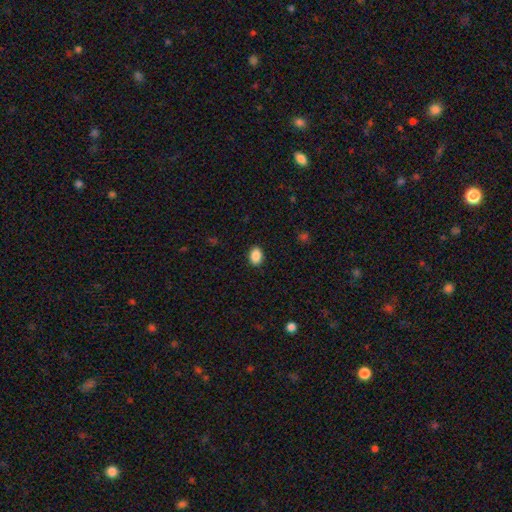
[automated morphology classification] smooth_or_featured: smooth (p=0.89) [alt: star or artifact p=0.08]
how_rounded: in between (p=0.80) [alt: round p=0.19]
merging: none (p=0.89) [alt: minor disturbance p=0.07]